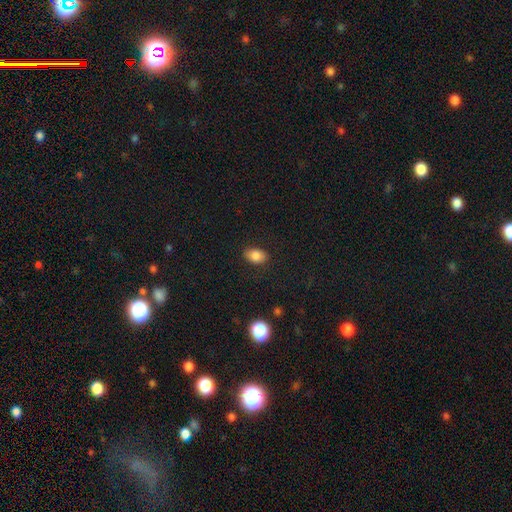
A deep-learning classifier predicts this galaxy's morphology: This is clearly a smooth galaxy (83%). How rounded: clearly in between (83%). Merging: clearly none (85%).